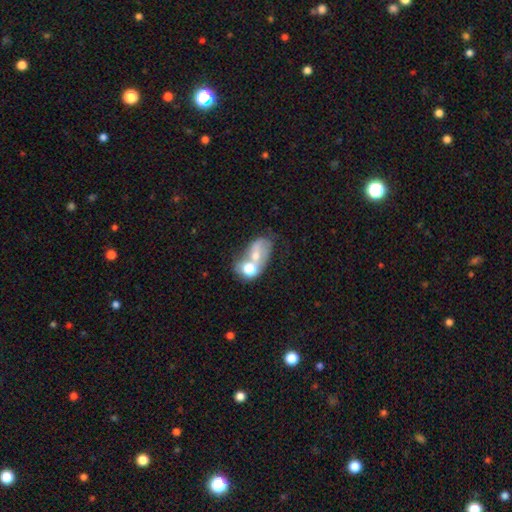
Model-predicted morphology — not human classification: This is possibly a smooth galaxy (49%). Merging: likely merger (62%).